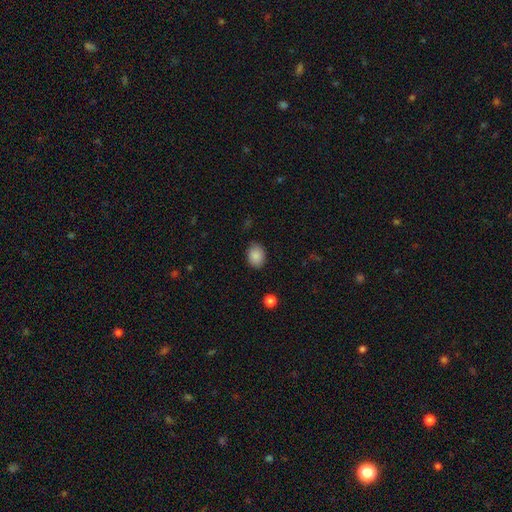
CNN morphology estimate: The model was most divided on "how rounded": in between: 72%, round: 27%, cigar-shaped: 1%. More confident: smooth or featured — smooth (87%); merging — none (83%).